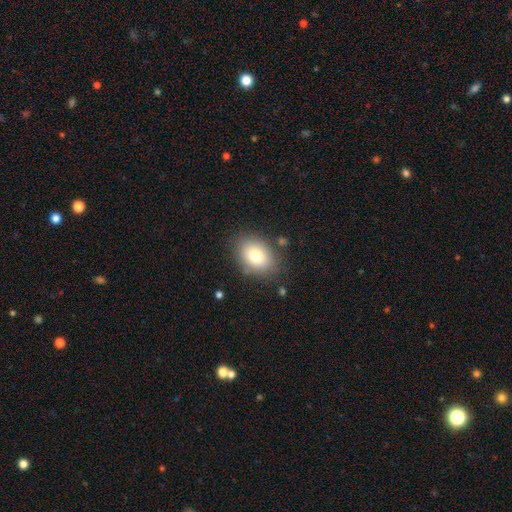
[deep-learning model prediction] This appears to be a smooth galaxy with no disk features (78%) that is in between round and cigar-shaped (71%). Merging: none (81%).